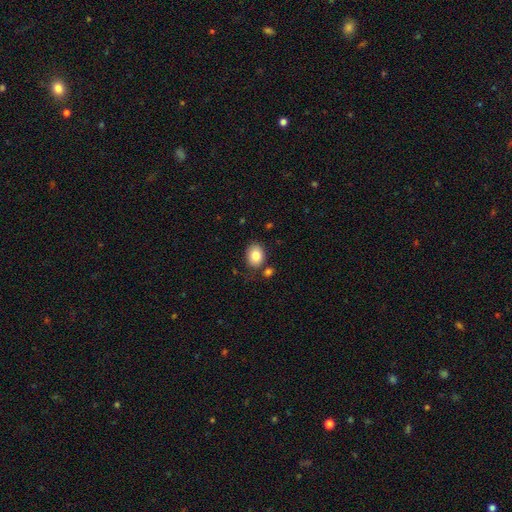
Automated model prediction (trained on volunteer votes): This is clearly a smooth galaxy (83%). How rounded: likely in between (62%). Merging: likely none (75%).